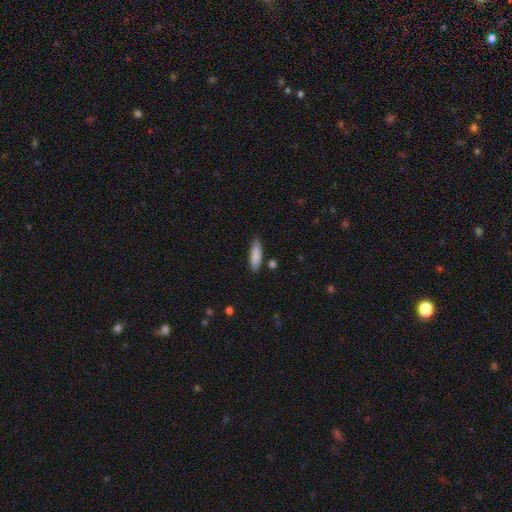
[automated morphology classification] Smooth or featured: smooth — 85% (featured or disk — 9%)
How rounded: cigar-shaped — 57% (in between — 42%)
Merging: none — 81% (minor disturbance — 13%)